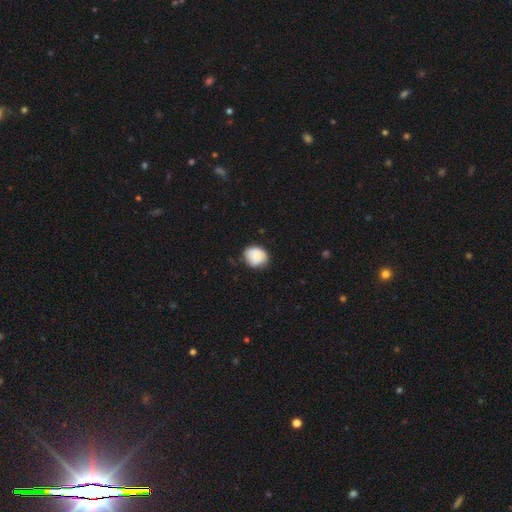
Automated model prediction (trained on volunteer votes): This is clearly a smooth galaxy (84%). How rounded: likely round (67%). Merging: likely none (73%).